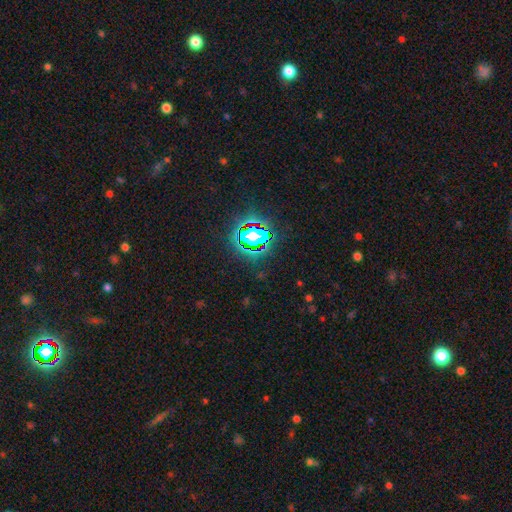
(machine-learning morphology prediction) Smooth or featured? Predicted: star or artifact (p=0.83).